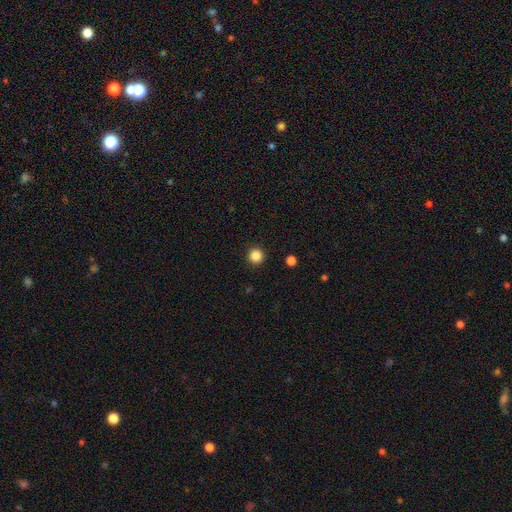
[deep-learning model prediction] Q: Smooth or featured?
A: smooth (86%); runner-up: star or artifact (11%)
Q: How rounded?
A: round (96%); runner-up: in between (3%)
Q: Merging?
A: none (93%); runner-up: minor disturbance (4%)